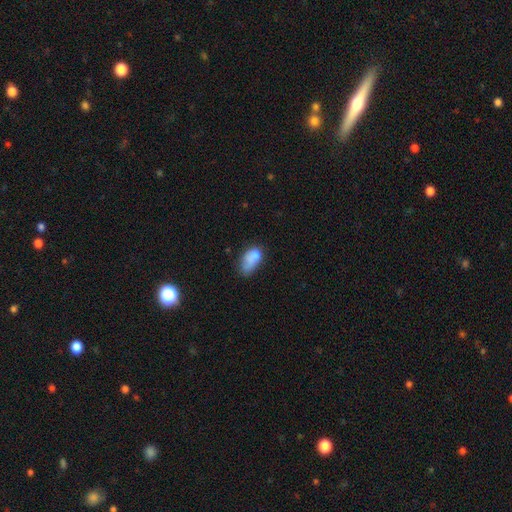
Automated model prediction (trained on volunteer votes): This is likely a smooth galaxy (74%). How rounded: clearly in between (87%). Merging: marginally minor disturbance (33%).